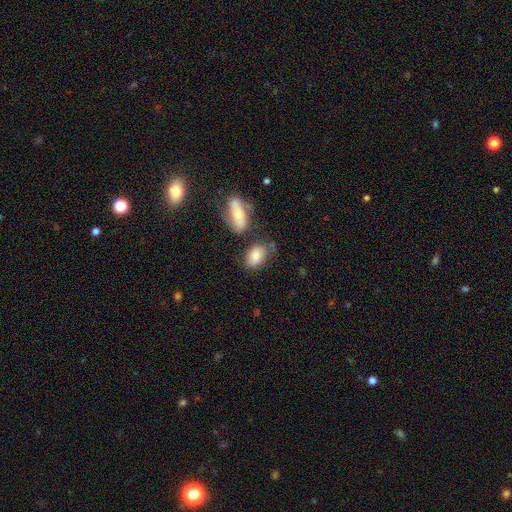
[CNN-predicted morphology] smooth-or-featured: smooth: 79% | featured or disk: 14% | star or artifact: 8%
  how-rounded: in between: 87% | round: 11% | cigar-shaped: 2%
  merging: none: 60% | minor disturbance: 18% | merger: 17% | major disturbance: 6%